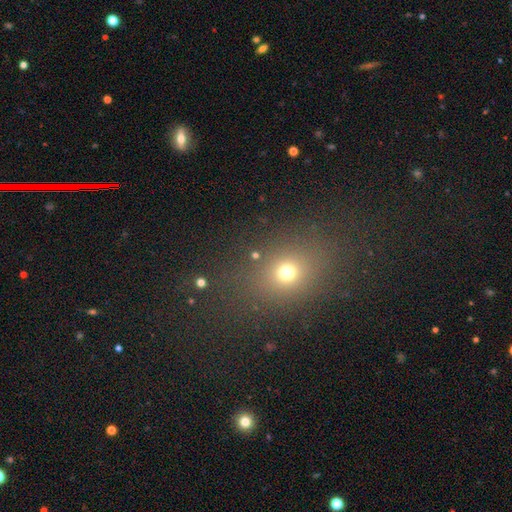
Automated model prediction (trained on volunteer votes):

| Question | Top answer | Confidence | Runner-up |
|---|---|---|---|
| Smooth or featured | smooth | 63% | star or artifact (26%) |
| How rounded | round | 55% | in between (42%) |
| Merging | none | 80% | minor disturbance (10%) |